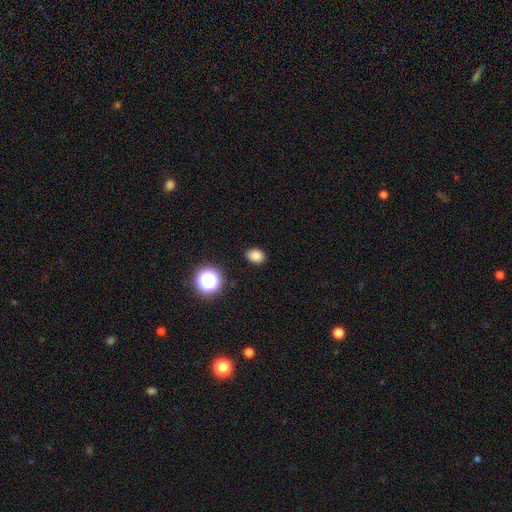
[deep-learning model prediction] This appears to be a smooth galaxy with no disk features (82%) that is in between round and cigar-shaped (55%). Merging: none (88%).